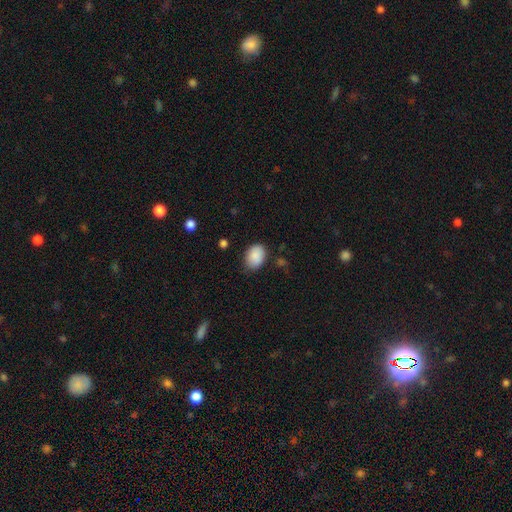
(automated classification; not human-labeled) Smooth or featured?
  - smooth: 89% *
  - star or artifact: 7%
  - featured or disk: 4%
How rounded?
  - in between: 74% *
  - round: 25%
  - cigar-shaped: 1%
Merging?
  - none: 75% *
  - minor disturbance: 19%
  - major disturbance: 4%
  - merger: 2%